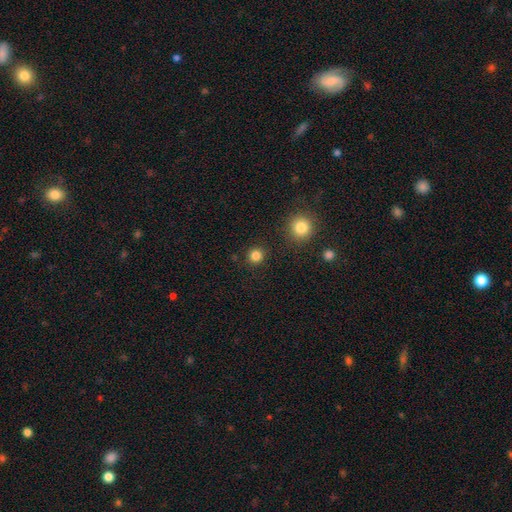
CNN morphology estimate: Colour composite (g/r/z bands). It shows a smooth galaxy with no disk features (83%) that is round (94%). Merging: none (90%).